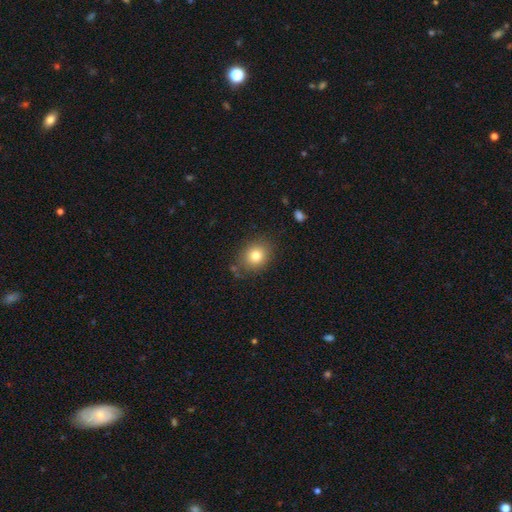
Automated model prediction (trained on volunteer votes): smooth-or-featured: smooth: 80% | star or artifact: 11% | featured or disk: 9%
  how-rounded: round: 63% | in between: 37% | cigar-shaped: 1%
  merging: none: 80% | minor disturbance: 13% | major disturbance: 4% | merger: 3%